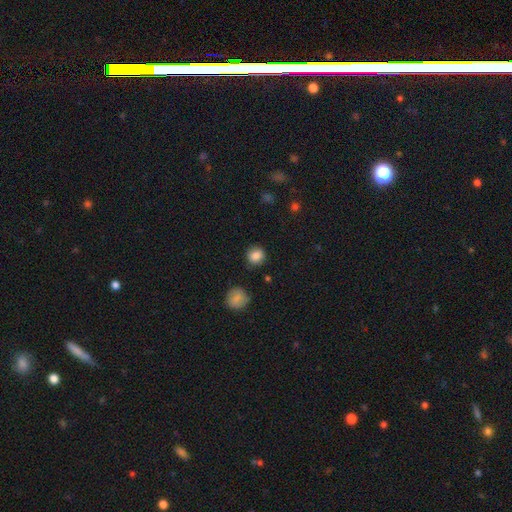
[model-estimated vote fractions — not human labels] This appears to be a smooth galaxy with no disk features (85%) that is round (89%). Merging: none (86%).